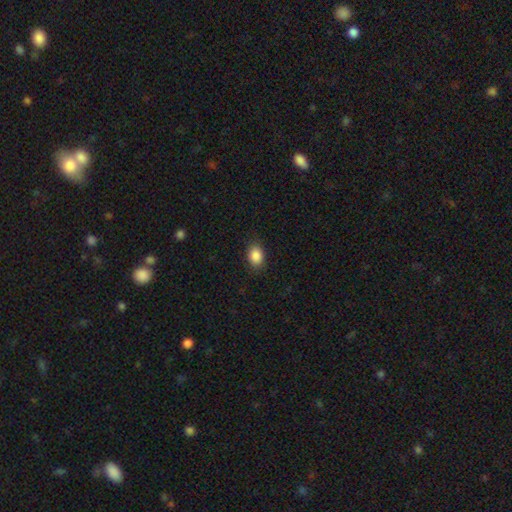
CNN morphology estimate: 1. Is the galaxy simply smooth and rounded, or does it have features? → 88% smooth, 8% star or artifact, 4% featured or disk.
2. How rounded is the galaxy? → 73% in between, 25% round, 1% cigar-shaped.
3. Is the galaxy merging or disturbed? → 86% none, 10% minor disturbance, 3% major disturbance, 1% merger.